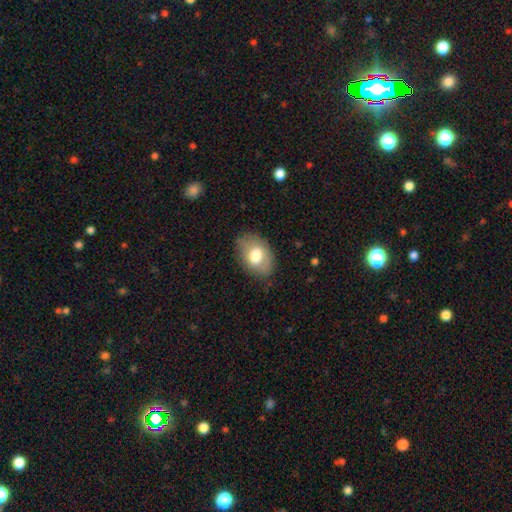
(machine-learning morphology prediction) A smooth galaxy with no disk features (71%) that is in between round and cigar-shaped (84%).

Vote fractions:
- Smooth or featured? smooth: 71% / featured or disk: 22% / star or artifact: 7%
- How rounded? in between: 84% / round: 15% / cigar-shaped: 1%
- Merging? none: 74% / minor disturbance: 20% / major disturbance: 6% / merger: 1%